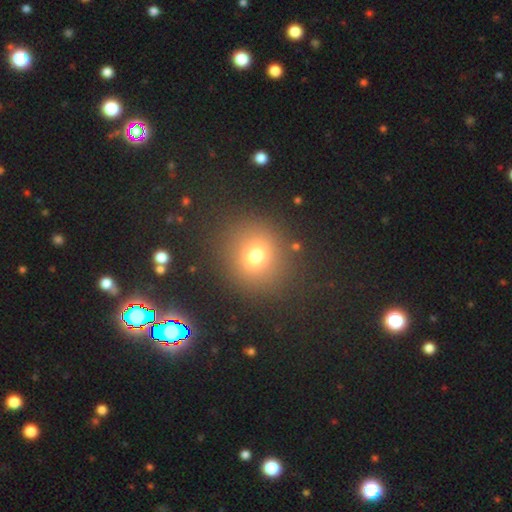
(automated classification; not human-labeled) smooth 71%, star or artifact 19%, featured or disk 10%. Down the decision tree: how rounded — round (85%); merging — none (84%).